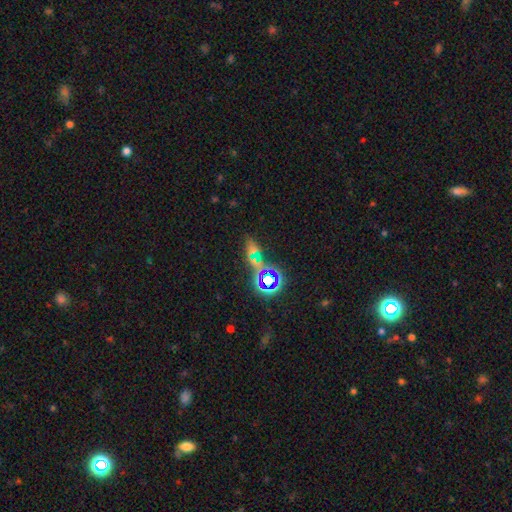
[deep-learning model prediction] Smooth or featured? star or artifact (56%)